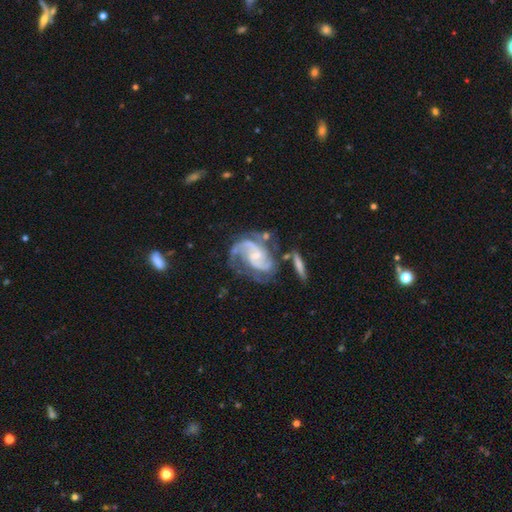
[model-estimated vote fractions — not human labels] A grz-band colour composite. It shows a featured or disk galaxy (91%) with no bar (45%), 2 (75%) medium (55%) spiral arms (98%) and a small central bulge (66%). Merging: none (52%).